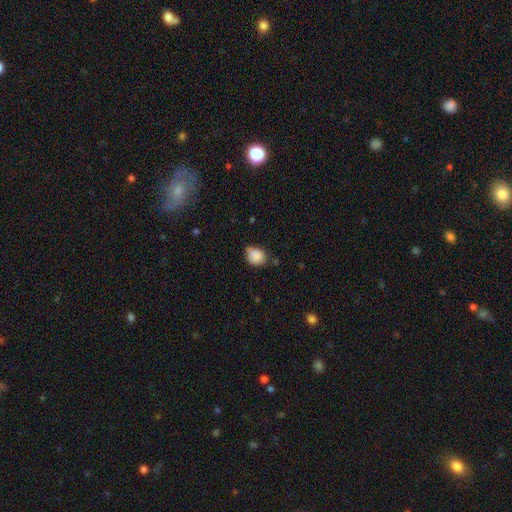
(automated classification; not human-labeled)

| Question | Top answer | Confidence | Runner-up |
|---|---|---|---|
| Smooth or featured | smooth | 86% | star or artifact (8%) |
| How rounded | round | 58% | in between (41%) |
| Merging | none | 58% | minor disturbance (32%) |